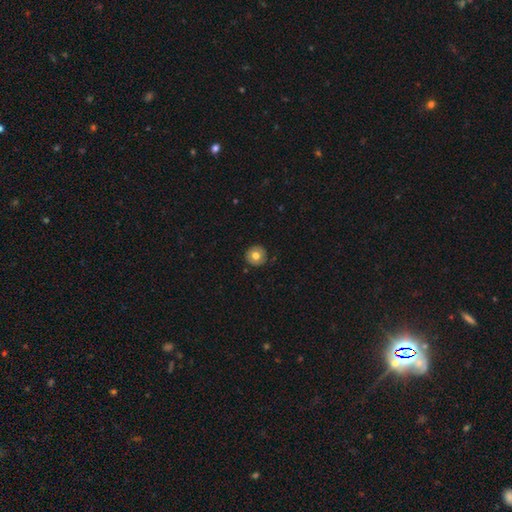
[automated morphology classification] A smooth galaxy with no disk features (72%) that is round (95%).

Vote fractions:
- Smooth or featured? smooth: 72% / featured or disk: 19% / star or artifact: 9%
- How rounded? round: 95% / in between: 4% / cigar-shaped: 1%
- Merging? none: 88% / minor disturbance: 9% / major disturbance: 2% / merger: 1%